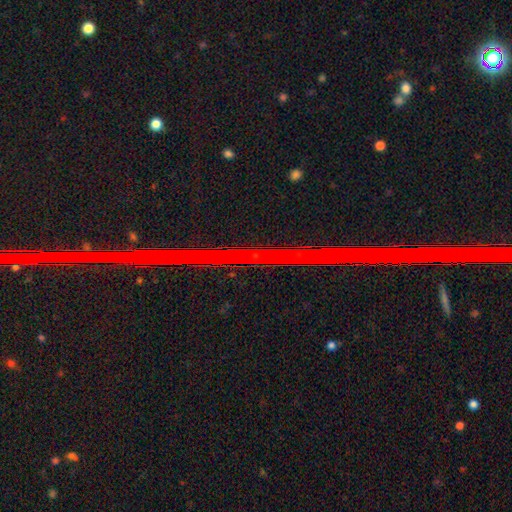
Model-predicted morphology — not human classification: smooth-or-featured: star or artifact: 83% | featured or disk: 11% | smooth: 6%